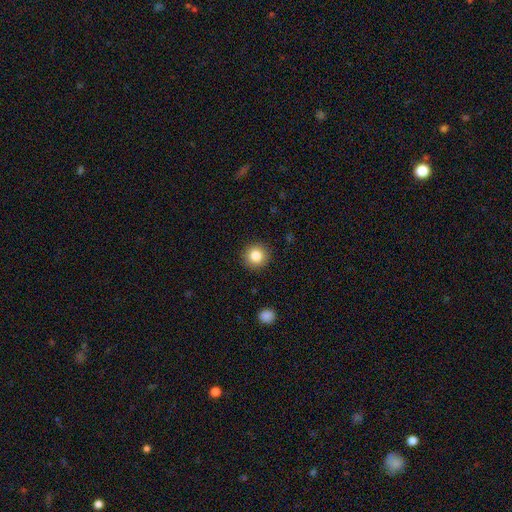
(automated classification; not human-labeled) smooth_or_featured: smooth (p=0.83) [alt: star or artifact p=0.10]
how_rounded: round (p=0.94) [alt: in between p=0.05]
merging: none (p=0.92) [alt: minor disturbance p=0.06]